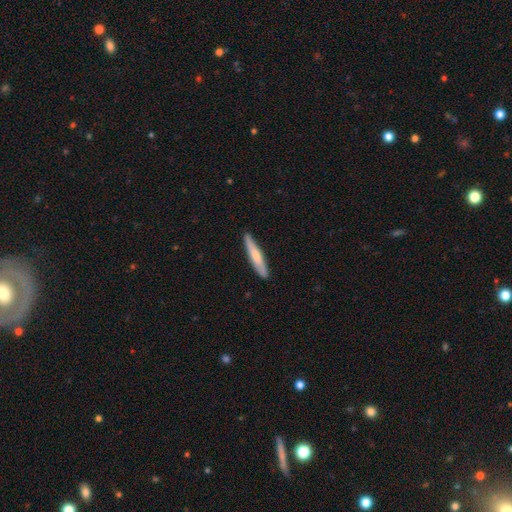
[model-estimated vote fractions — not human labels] Smooth or featured? Predicted: smooth (p=0.66). How rounded? Predicted: cigar-shaped (p=0.92). Merging? Predicted: none (p=0.88).